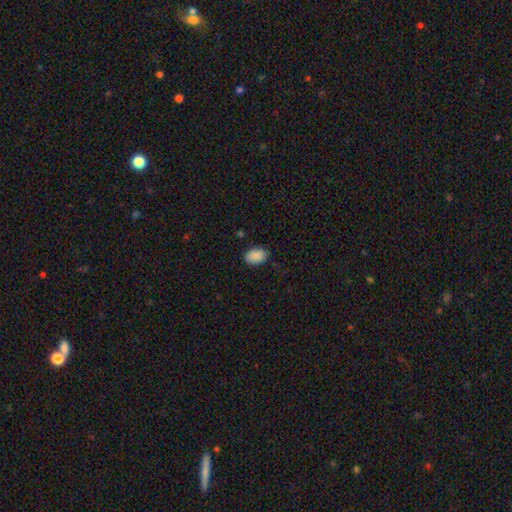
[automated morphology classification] Smooth or featured: smooth — 90% (star or artifact — 7%)
How rounded: in between — 88% (round — 11%)
Merging: none — 82% (minor disturbance — 14%)